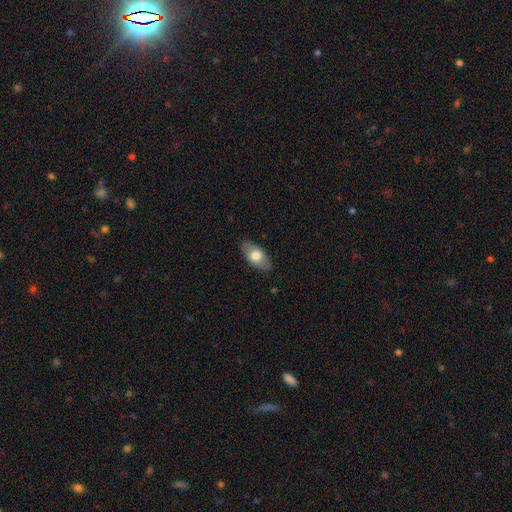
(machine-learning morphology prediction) This appears to be a smooth galaxy with no disk features (71%) that is in between round and cigar-shaped (91%). Merging: none (86%).